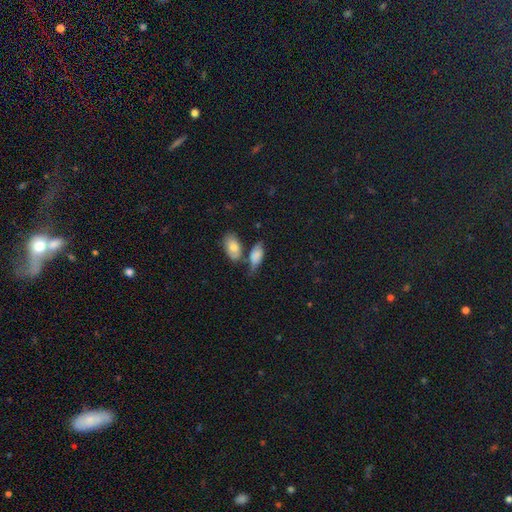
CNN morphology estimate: smooth_or_featured: smooth (p=0.76) [alt: featured or disk p=0.14]
how_rounded: in between (p=0.86) [alt: cigar-shaped p=0.09]
merging: none (p=0.44) [alt: minor disturbance p=0.24]